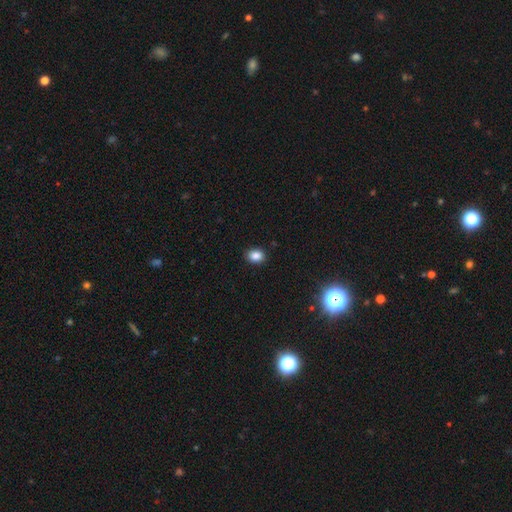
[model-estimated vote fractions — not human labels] smooth 86%, star or artifact 11%, featured or disk 4%. Down the decision tree: how rounded — in between (62%); merging — none (89%).